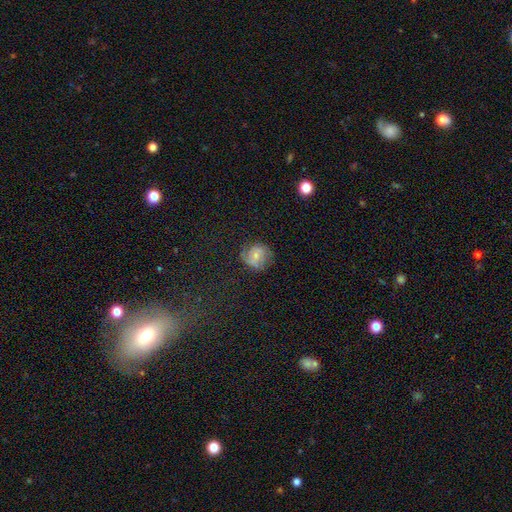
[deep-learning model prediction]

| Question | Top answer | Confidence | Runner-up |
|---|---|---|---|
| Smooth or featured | featured or disk | 44% | smooth (43%) |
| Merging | none | 70% | minor disturbance (20%) |